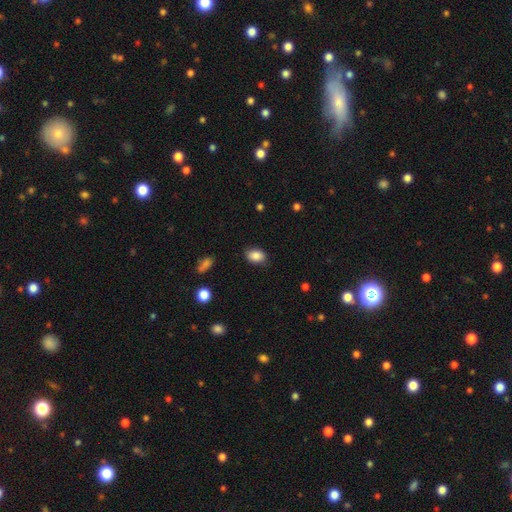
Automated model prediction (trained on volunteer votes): Smooth or featured? Predicted: smooth (p=0.86). How rounded? Predicted: in between (p=0.82). Merging? Predicted: none (p=0.83).